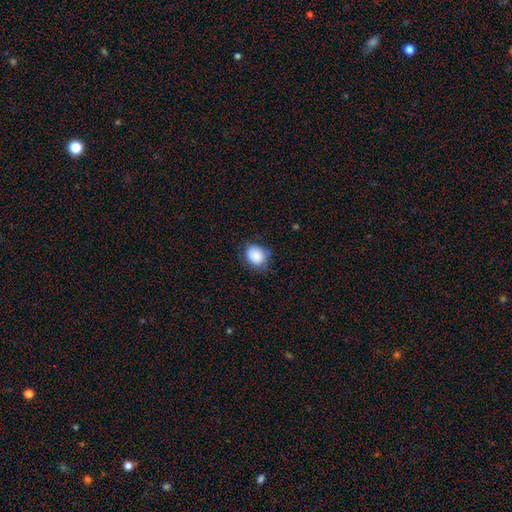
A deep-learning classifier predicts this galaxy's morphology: Smooth or featured?
  - smooth: 86% *
  - star or artifact: 8%
  - featured or disk: 6%
How rounded?
  - in between: 50% *
  - round: 49%
  - cigar-shaped: 1%
Merging?
  - none: 66% *
  - minor disturbance: 26%
  - major disturbance: 7%
  - merger: 2%